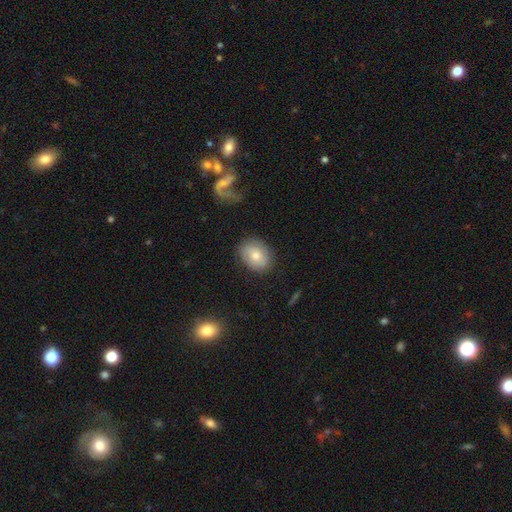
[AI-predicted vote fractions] smooth-or-featured: smooth: 66% | featured or disk: 27% | star or artifact: 8%
  how-rounded: in between: 62% | round: 37% | cigar-shaped: 1%
  merging: none: 79% | minor disturbance: 15% | major disturbance: 4% | merger: 1%